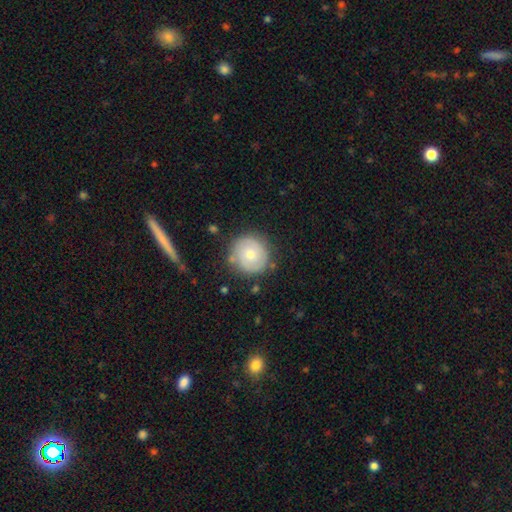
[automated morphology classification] Smooth or featured?
  - smooth: 51% *
  - featured or disk: 42%
  - star or artifact: 7%
How rounded?
  - round: 92% *
  - in between: 7%
  - cigar-shaped: 1%
Merging?
  - none: 80% *
  - minor disturbance: 13%
  - major disturbance: 4%
  - merger: 3%